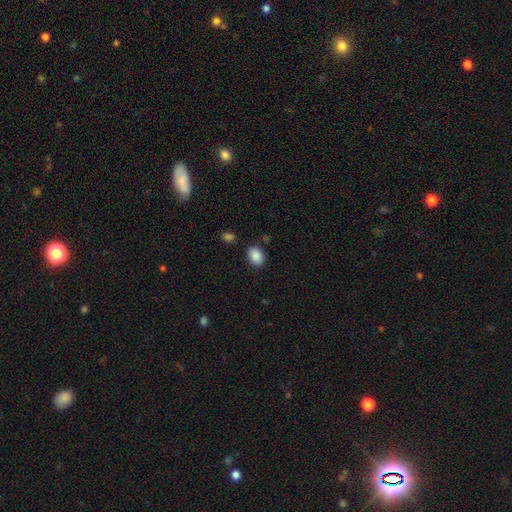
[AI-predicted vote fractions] A smooth galaxy with no disk features (89%) that is in between round and cigar-shaped (78%). Merging: none (83%).